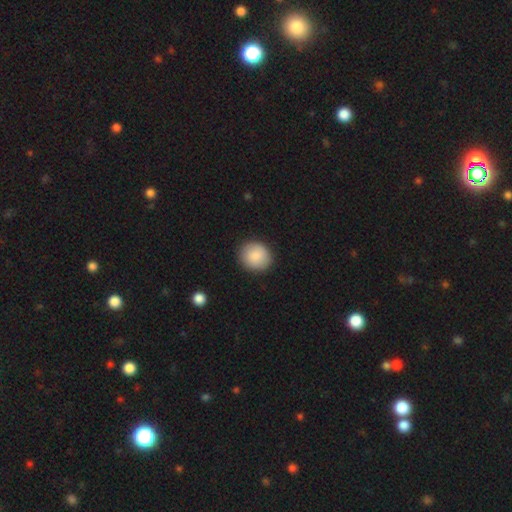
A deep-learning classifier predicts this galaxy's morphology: This is clearly a smooth galaxy (88%). How rounded: clearly round (81%). Merging: clearly none (89%).